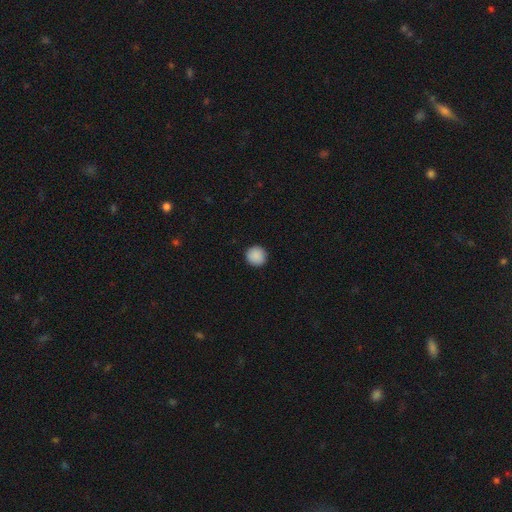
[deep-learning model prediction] Q: Smooth or featured?
A: smooth (90%); runner-up: star or artifact (8%)
Q: How rounded?
A: round (95%); runner-up: in between (4%)
Q: Merging?
A: none (92%); runner-up: minor disturbance (5%)